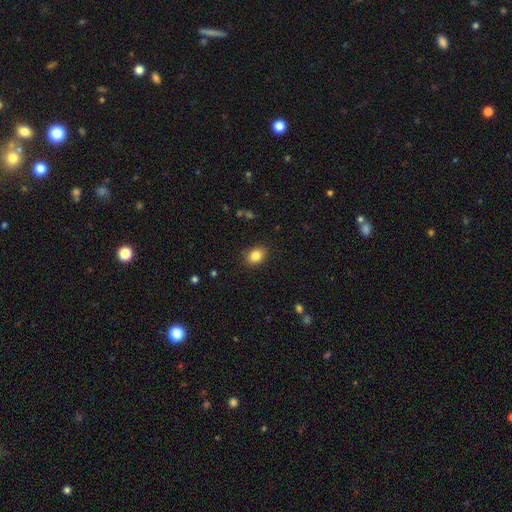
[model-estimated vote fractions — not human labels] Q: Smooth or featured?
A: smooth (85%); runner-up: star or artifact (9%)
Q: How rounded?
A: in between (66%); runner-up: round (33%)
Q: Merging?
A: none (87%); runner-up: minor disturbance (9%)